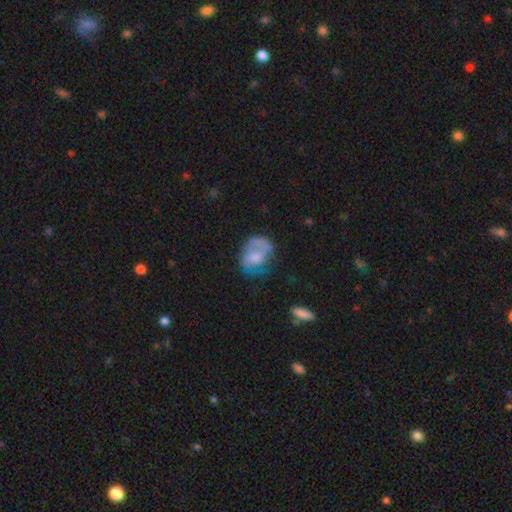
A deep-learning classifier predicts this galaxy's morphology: Smooth or featured?
  - featured or disk: 47% *
  - smooth: 45%
  - star or artifact: 8%
Merging?
  - none: 43% *
  - minor disturbance: 27%
  - major disturbance: 26%
  - merger: 4%